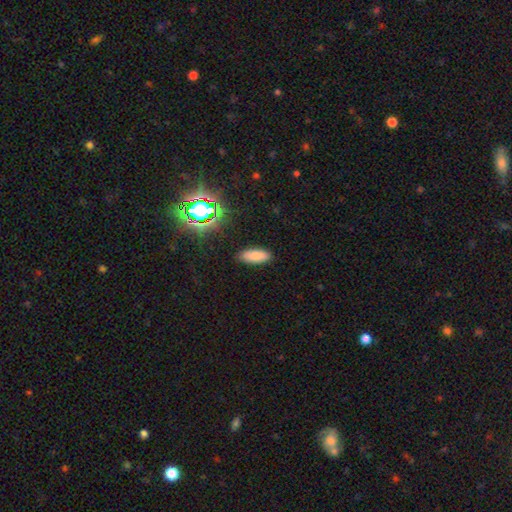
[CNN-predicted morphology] Q: Smooth or featured?
A: smooth (81%); runner-up: star or artifact (12%)
Q: How rounded?
A: in between (78%); runner-up: cigar-shaped (19%)
Q: Merging?
A: none (87%); runner-up: minor disturbance (9%)